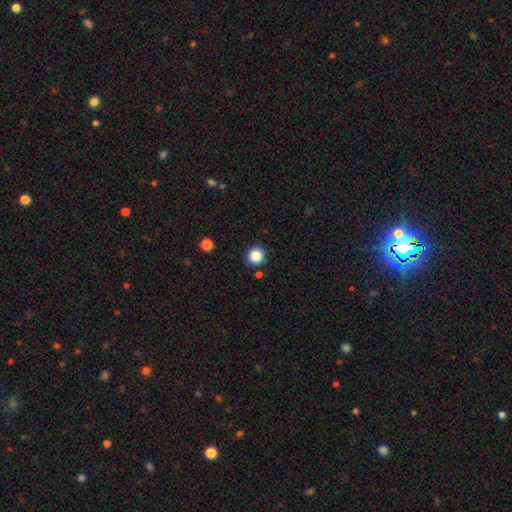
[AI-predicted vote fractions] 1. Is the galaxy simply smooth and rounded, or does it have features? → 86% smooth, 11% star or artifact, 3% featured or disk.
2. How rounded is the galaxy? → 94% round, 5% in between, 1% cigar-shaped.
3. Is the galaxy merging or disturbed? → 91% none, 5% minor disturbance, 2% merger, 2% major disturbance.